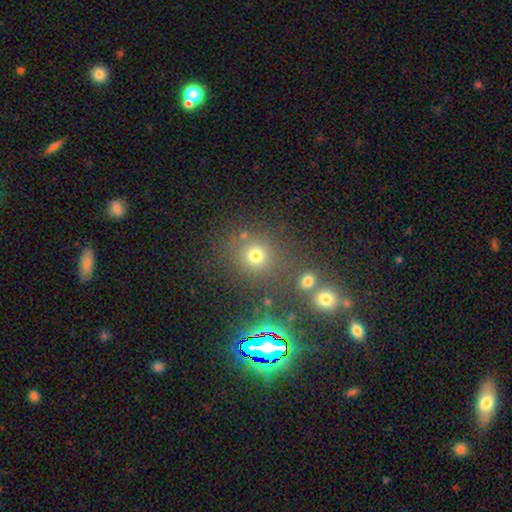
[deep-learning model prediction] smooth_or_featured: smooth (p=0.69) [alt: star or artifact p=0.23]
how_rounded: round (p=0.87) [alt: in between p=0.12]
merging: none (p=0.70) [alt: merger p=0.15]